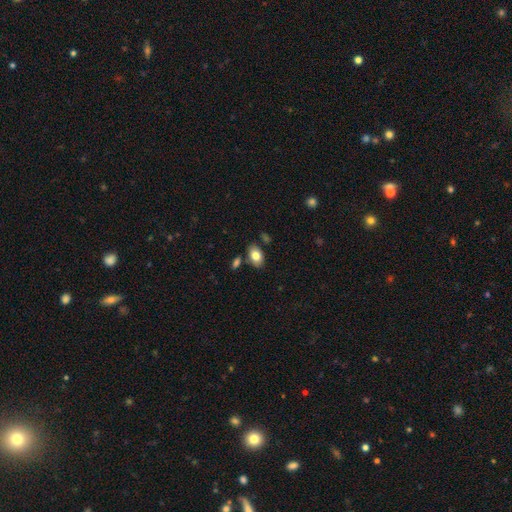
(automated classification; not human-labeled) This is likely a smooth galaxy (79%). How rounded: clearly in between (88%). Merging: likely none (78%).